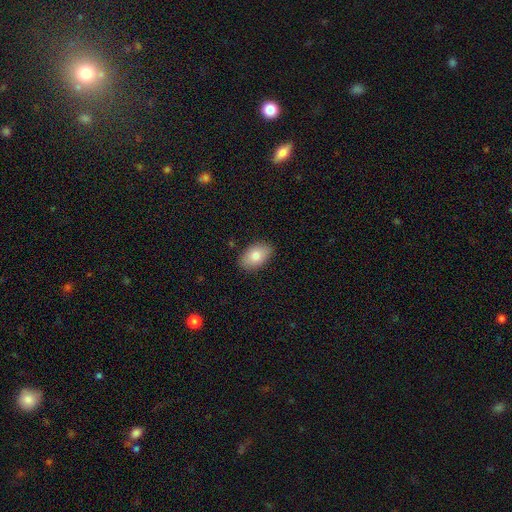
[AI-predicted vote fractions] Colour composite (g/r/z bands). It shows a smooth galaxy with no disk features (81%) that is in between round and cigar-shaped (91%). Merging: none (86%).